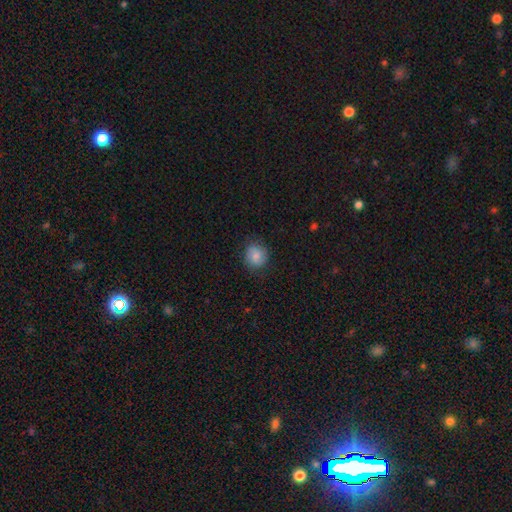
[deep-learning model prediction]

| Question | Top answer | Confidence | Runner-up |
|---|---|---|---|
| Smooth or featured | smooth | 82% | featured or disk (10%) |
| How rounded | round | 85% | in between (14%) |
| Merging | none | 82% | minor disturbance (13%) |